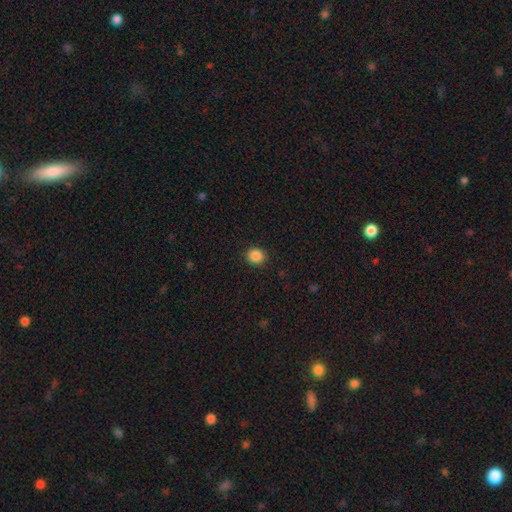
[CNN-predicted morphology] A smooth galaxy with no disk features (87%) that is round (87%).

Vote fractions:
- Smooth or featured? smooth: 87% / star or artifact: 10% / featured or disk: 3%
- How rounded? round: 87% / in between: 12% / cigar-shaped: 1%
- Merging? none: 91% / minor disturbance: 6% / major disturbance: 2% / merger: 1%